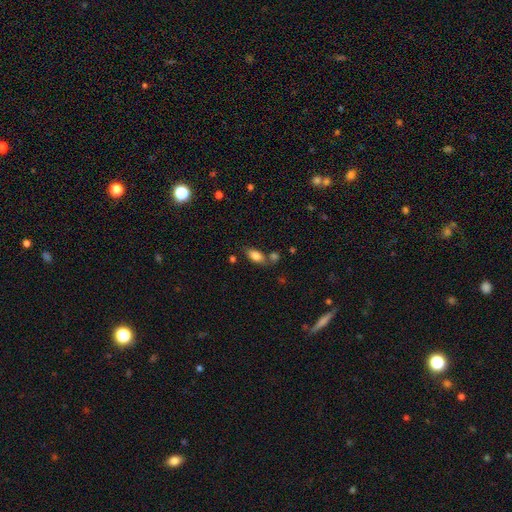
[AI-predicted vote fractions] smooth-or-featured: smooth: 82% | featured or disk: 10% | star or artifact: 9%
  how-rounded: in between: 89% | cigar-shaped: 6% | round: 5%
  merging: none: 64% | merger: 17% | minor disturbance: 15% | major disturbance: 5%